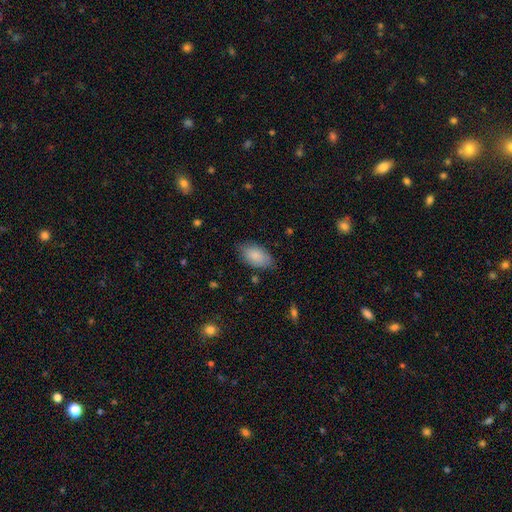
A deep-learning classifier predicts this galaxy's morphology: Overall: smooth (86%). How rounded: in between (94%). Merging: none (78%).